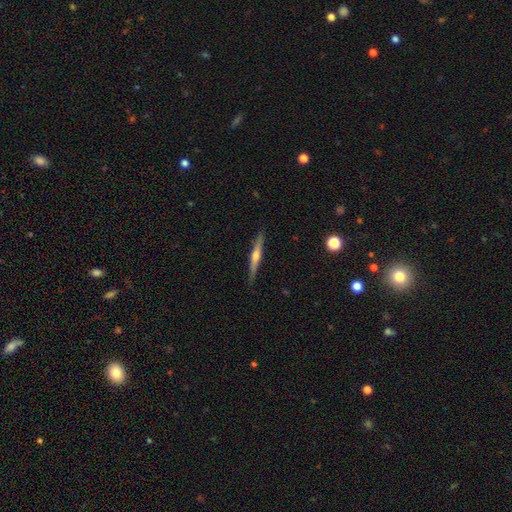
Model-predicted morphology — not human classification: Smooth or featured?
  - featured or disk: 67% *
  - smooth: 27%
  - star or artifact: 6%
Edge-on disk?
  - yes: 98% *
  - no: 2%
Edge-on bulge?
  - rounded: 88% *
  - none: 7%
  - boxy: 5%
Merging?
  - none: 89% *
  - minor disturbance: 8%
  - major disturbance: 2%
  - merger: 1%